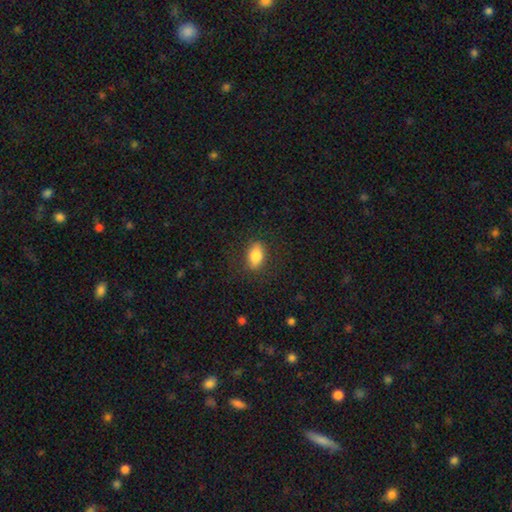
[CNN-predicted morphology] smooth_or_featured: smooth (p=0.82) [alt: featured or disk p=0.10]
how_rounded: in between (p=0.87) [alt: round p=0.08]
merging: none (p=0.83) [alt: minor disturbance p=0.12]